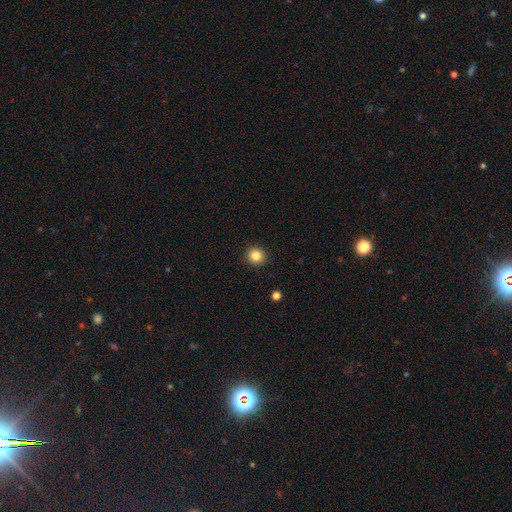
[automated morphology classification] type=smooth (84%); roundness=round (93%); merging=none (93%).